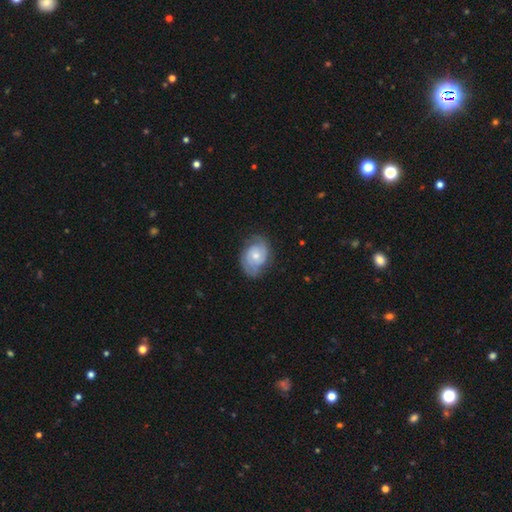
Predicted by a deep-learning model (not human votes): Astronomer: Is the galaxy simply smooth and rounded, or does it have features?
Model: featured or disk — 70%.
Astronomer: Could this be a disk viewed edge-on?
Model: no — 97%.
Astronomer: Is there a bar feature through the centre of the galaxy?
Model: no — 72%.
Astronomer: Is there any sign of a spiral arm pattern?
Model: yes — 88%.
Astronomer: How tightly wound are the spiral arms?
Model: tight — 48% (runner-up: medium, 38%).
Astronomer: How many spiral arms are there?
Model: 2 — 70%.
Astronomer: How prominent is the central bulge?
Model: moderate — 52% (runner-up: small, 41%).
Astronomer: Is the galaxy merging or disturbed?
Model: none — 72%.